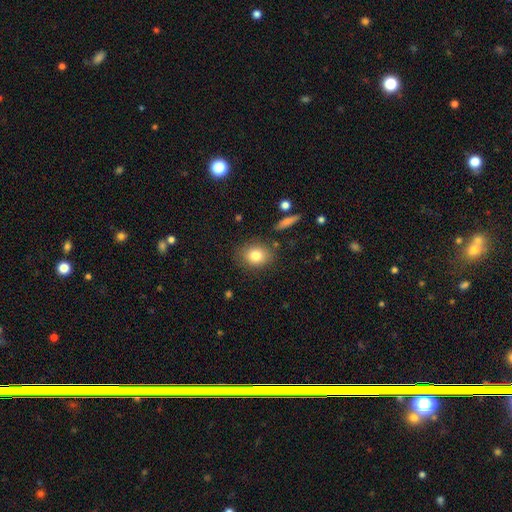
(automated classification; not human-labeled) Overall: smooth (81%). How rounded: round (53%; in between 46%). Merging: none (82%).